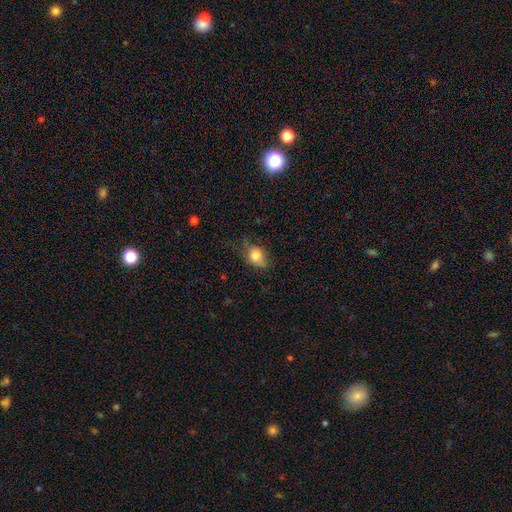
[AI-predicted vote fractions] smooth_or_featured: smooth (p=0.80) [alt: featured or disk p=0.11]
how_rounded: in between (p=0.71) [alt: round p=0.26]
merging: none (p=0.54) [alt: minor disturbance p=0.31]